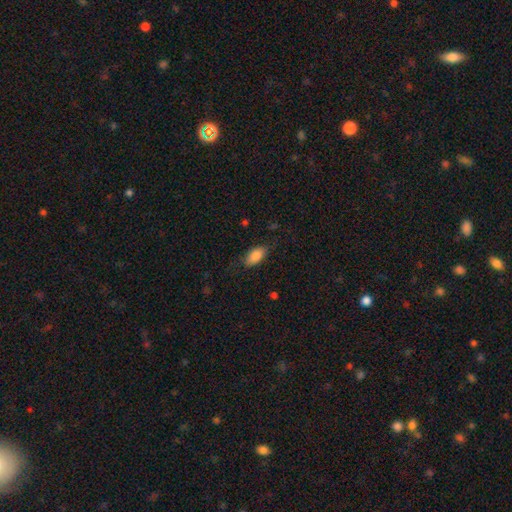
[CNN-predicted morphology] A smooth galaxy with no disk features (85%) that is in between round and cigar-shaped (91%).

Vote fractions:
- Smooth or featured? smooth: 85% / featured or disk: 8% / star or artifact: 7%
- How rounded? in between: 91% / cigar-shaped: 6% / round: 4%
- Merging? none: 75% / minor disturbance: 18% / major disturbance: 5% / merger: 1%